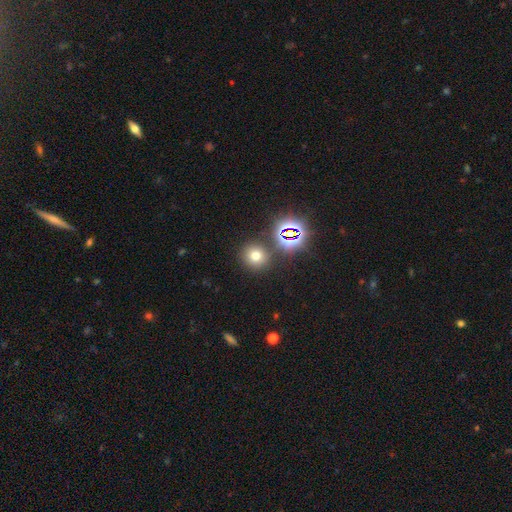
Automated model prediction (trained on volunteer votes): Smooth or featured: smooth — 65% (star or artifact — 26%)
How rounded: round — 90% (in between — 9%)
Merging: none — 81% (merger — 8%)